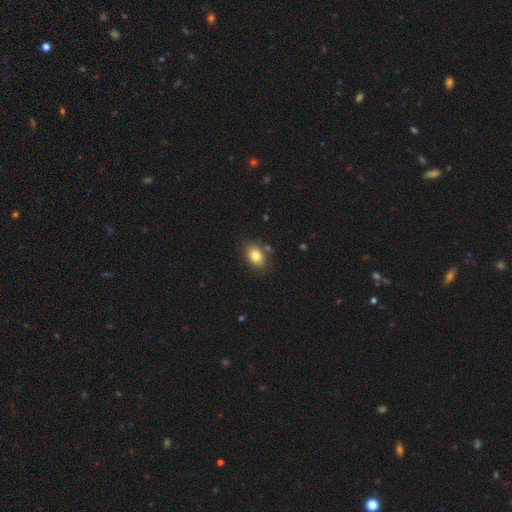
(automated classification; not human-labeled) smooth_or_featured: smooth (p=0.82) [alt: featured or disk p=0.10]
how_rounded: in between (p=0.82) [alt: round p=0.16]
merging: none (p=0.79) [alt: minor disturbance p=0.12]